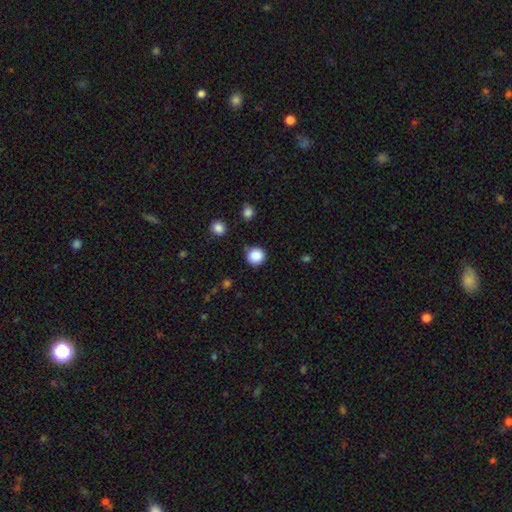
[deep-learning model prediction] Smooth or featured?
  - smooth: 87% *
  - star or artifact: 10%
  - featured or disk: 3%
How rounded?
  - round: 94% *
  - in between: 5%
  - cigar-shaped: 1%
Merging?
  - none: 84% *
  - minor disturbance: 10%
  - major disturbance: 3%
  - merger: 3%